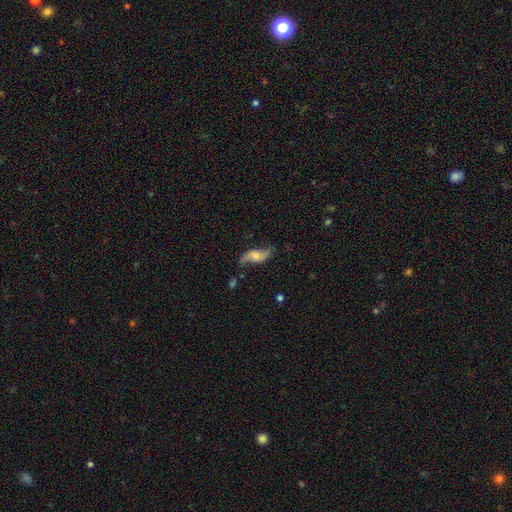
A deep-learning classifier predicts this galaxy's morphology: Smooth or featured? Predicted: featured or disk (p=0.70). Edge-on disk? Predicted: no (p=0.91). Bar? Predicted: no (p=0.58). Spiral arms? Predicted: yes (p=0.90). Spiral winding? Predicted: loose (p=0.86). Spiral arm count? Predicted: 2 (p=0.92). Bulge size? Predicted: moderate (p=0.51). Merging? Predicted: none (p=0.69).